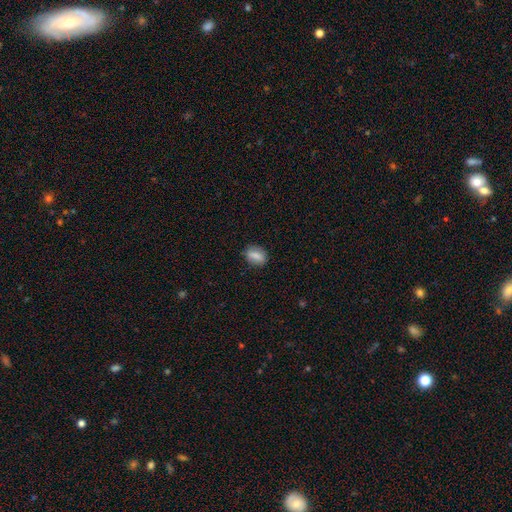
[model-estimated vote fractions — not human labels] The model was most divided on "how rounded": in between: 67%, round: 29%, cigar-shaped: 3%. More confident: merging — none (84%); smooth or featured — smooth (79%).